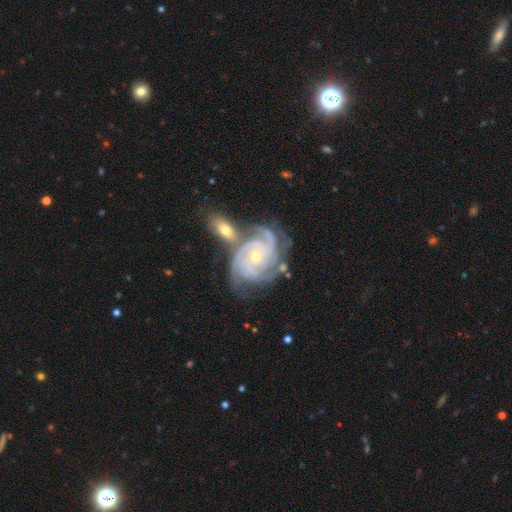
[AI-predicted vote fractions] Smooth or featured? Predicted: featured or disk (p=0.92). Edge-on disk? Predicted: no (p=0.97). Bar? Predicted: no (p=0.71). Spiral arms? Predicted: yes (p=0.98). Spiral winding? Predicted: tight (p=0.75). Spiral arm count? Predicted: 4 (p=0.39). Bulge size? Predicted: small (p=0.69). Merging? Predicted: none (p=0.54).